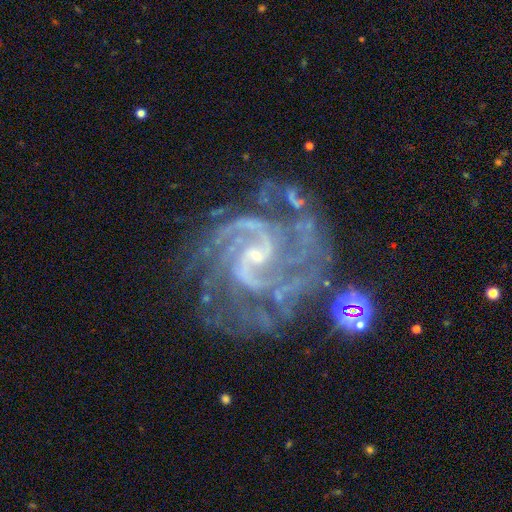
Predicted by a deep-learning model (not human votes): A featured or disk galaxy (92%) with a weak bar (45%), 2 (45%) medium (47%) spiral arms (98%) and a small central bulge (79%). Merging: none (63%).